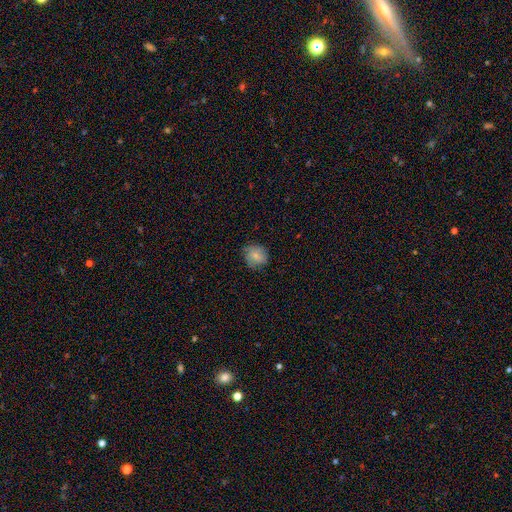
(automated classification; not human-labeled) This is likely a smooth galaxy (73%). How rounded: likely round (74%). Merging: likely none (70%).